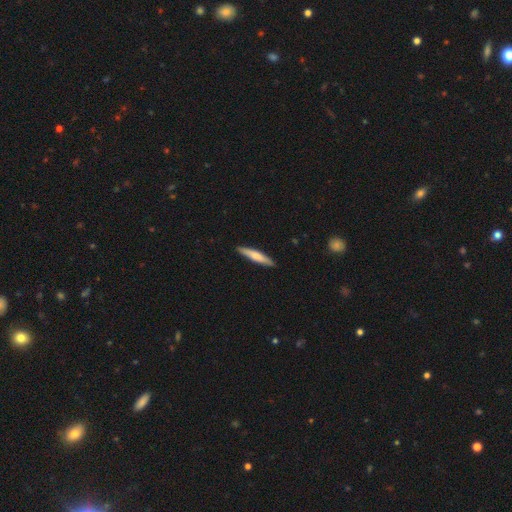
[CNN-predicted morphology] Q: Smooth or featured?
A: smooth (68%); runner-up: featured or disk (27%)
Q: How rounded?
A: cigar-shaped (91%); runner-up: in between (8%)
Q: Merging?
A: none (90%); runner-up: minor disturbance (7%)